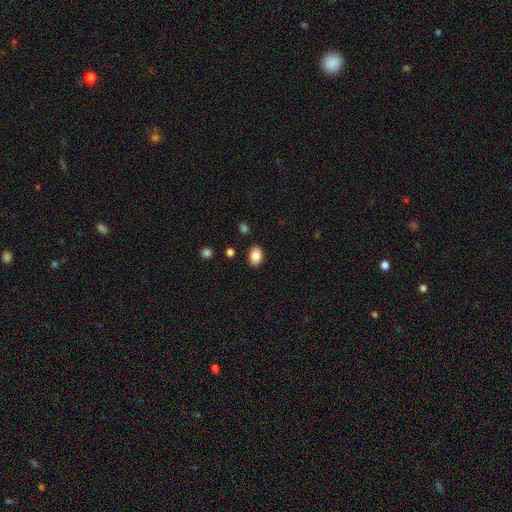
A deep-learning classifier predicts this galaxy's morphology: This appears to be a smooth galaxy with no disk features (86%) that is in between round and cigar-shaped (83%). Merging: none (87%).